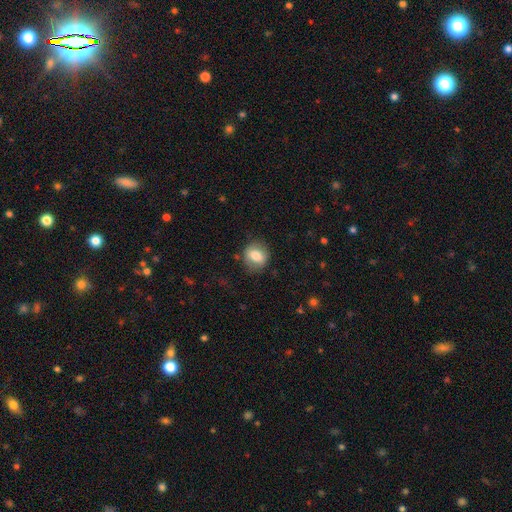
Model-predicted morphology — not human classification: This appears to be a smooth galaxy with no disk features (75%) that is round (69%). Merging: none (82%).